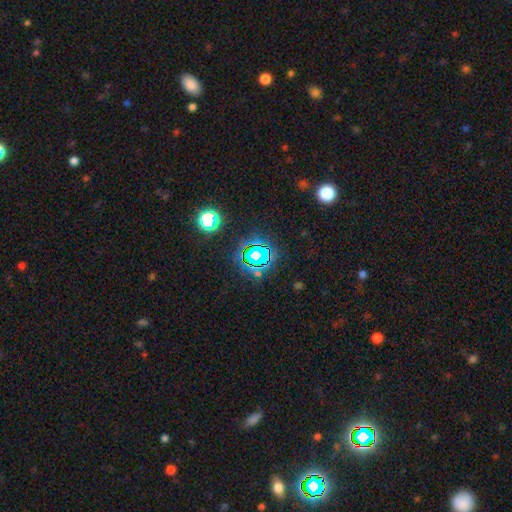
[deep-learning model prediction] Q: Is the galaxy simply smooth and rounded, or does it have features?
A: star or artifact — 72%.